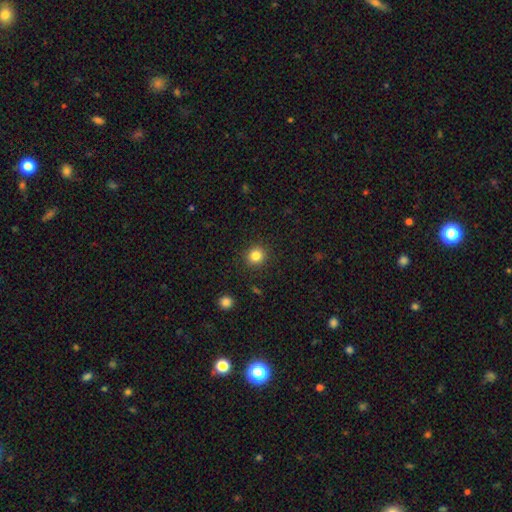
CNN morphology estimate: Smooth or featured? smooth (84%)
How rounded? round (88%)
Merging? none (90%)